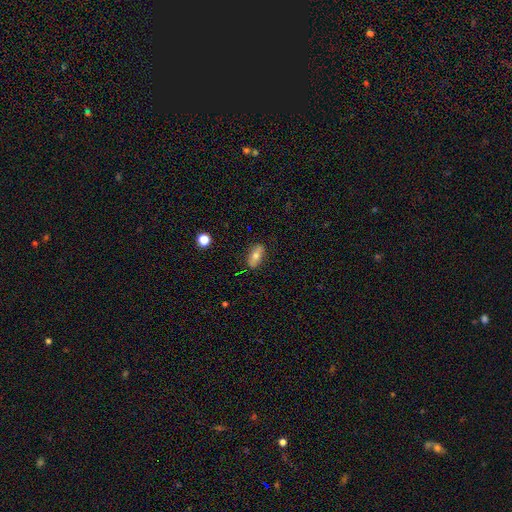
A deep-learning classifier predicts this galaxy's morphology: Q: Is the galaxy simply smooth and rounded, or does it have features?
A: smooth — 63%.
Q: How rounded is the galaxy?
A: in between — 80%.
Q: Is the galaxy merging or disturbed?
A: none — 85%.